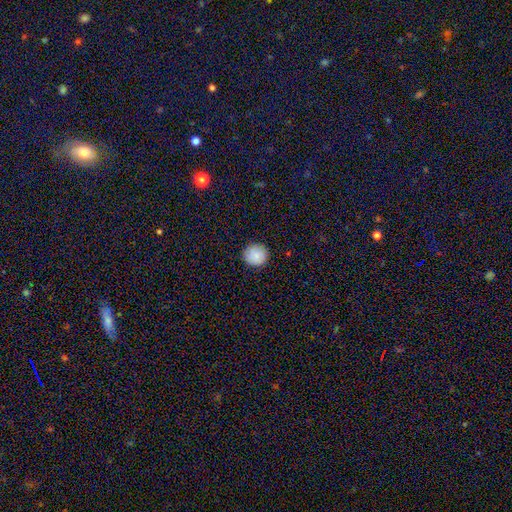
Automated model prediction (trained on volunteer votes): smooth_or_featured: smooth (p=0.88) [alt: star or artifact p=0.08]
how_rounded: round (p=0.94) [alt: in between p=0.05]
merging: none (p=0.91) [alt: minor disturbance p=0.06]